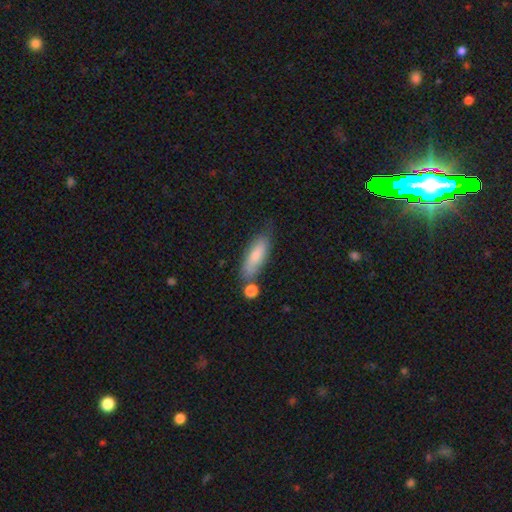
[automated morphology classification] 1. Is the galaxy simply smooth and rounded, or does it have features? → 75% smooth, 18% featured or disk, 6% star or artifact.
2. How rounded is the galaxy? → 58% in between, 40% cigar-shaped, 2% round.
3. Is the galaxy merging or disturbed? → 63% none, 21% minor disturbance, 11% merger, 5% major disturbance.